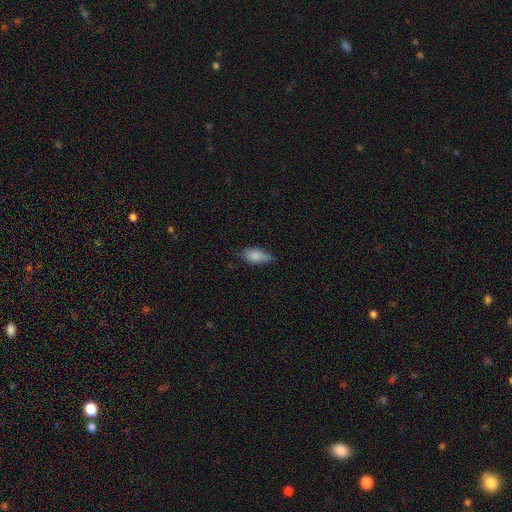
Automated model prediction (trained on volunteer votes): Smooth or featured? smooth (82%)
How rounded? in between (87%)
Merging? none (58%)